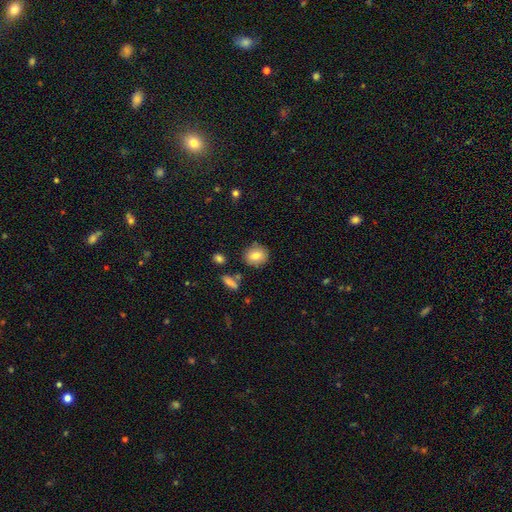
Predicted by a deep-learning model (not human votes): Overall: smooth (80%). How rounded: round (77%). Merging: none (84%).